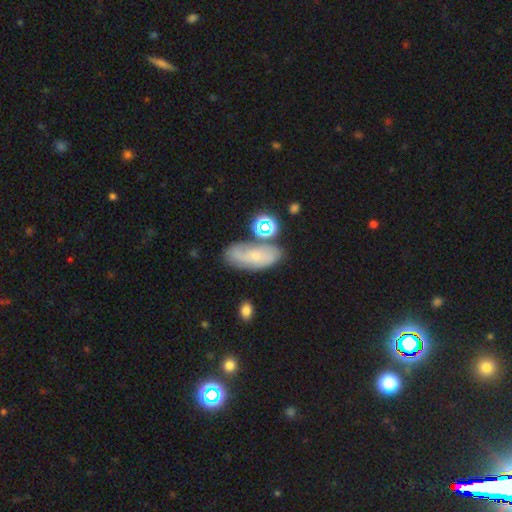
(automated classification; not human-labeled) This appears to be a smooth galaxy with no disk features (46%). Merging: none (55%).